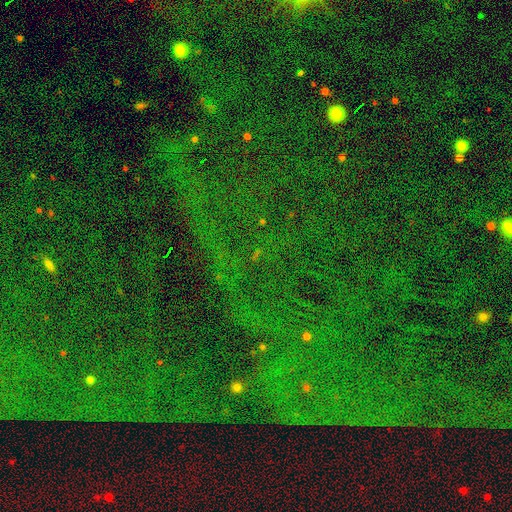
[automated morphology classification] Q: Smooth or featured?
A: star or artifact (85%); runner-up: smooth (8%)